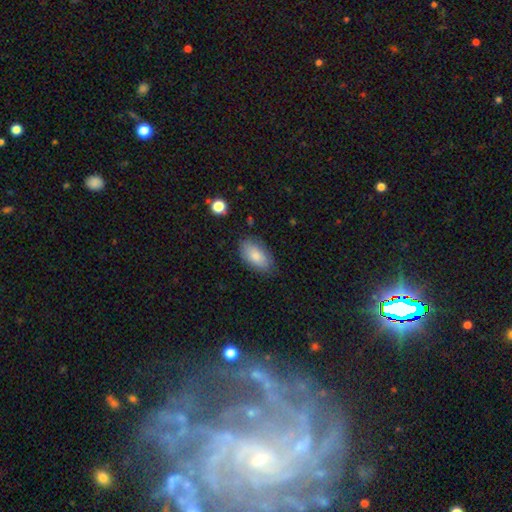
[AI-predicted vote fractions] The model was most divided on "merging": none: 78%, minor disturbance: 16%, major disturbance: 4%, merger: 2%. More confident: how rounded — in between (93%); smooth or featured — smooth (81%).